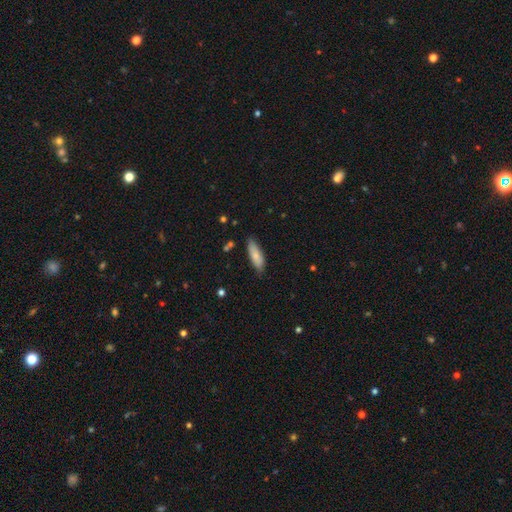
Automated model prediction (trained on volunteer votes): smooth 80%, featured or disk 14%, star or artifact 6%. Down the decision tree: how rounded — in between (57%); merging — none (78%).